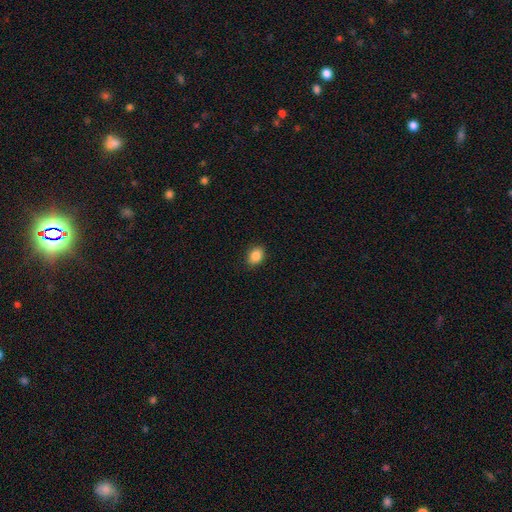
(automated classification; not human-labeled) A smooth galaxy with no disk features (87%) that is in between round and cigar-shaped (70%).

Vote fractions:
- Smooth or featured? smooth: 87% / star or artifact: 8% / featured or disk: 5%
- How rounded? in between: 70% / round: 29% / cigar-shaped: 1%
- Merging? none: 89% / minor disturbance: 8% / major disturbance: 2% / merger: 1%